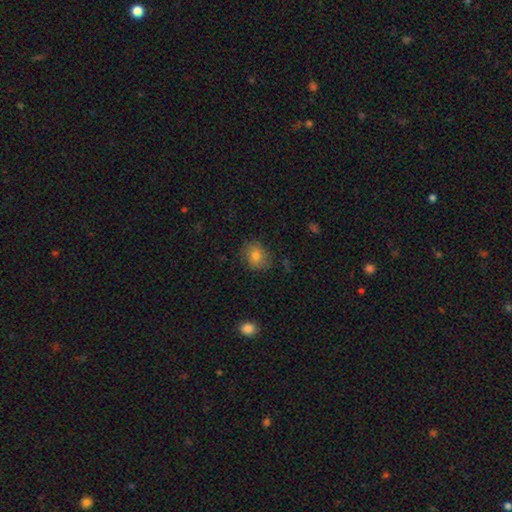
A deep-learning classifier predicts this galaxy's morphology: This appears to be a smooth galaxy with no disk features (78%) that is round (66%). Merging: none (80%).